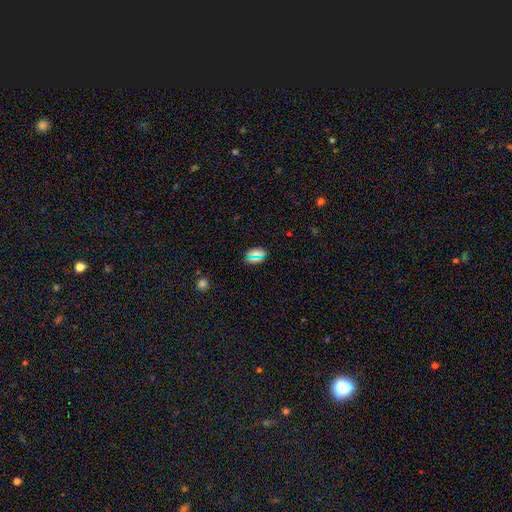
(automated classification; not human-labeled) Overall: smooth (65%; star or artifact 27%). How rounded: in between (73%). Merging: none (83%).